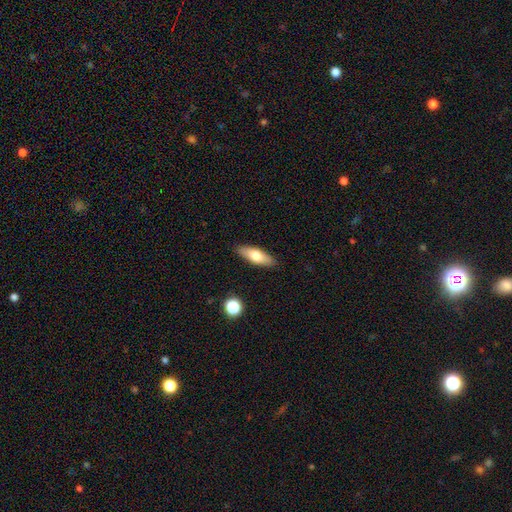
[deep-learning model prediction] The model was most divided on "how rounded": in between: 56%, cigar-shaped: 41%, round: 3%. More confident: merging — none (88%); smooth or featured — smooth (66%).